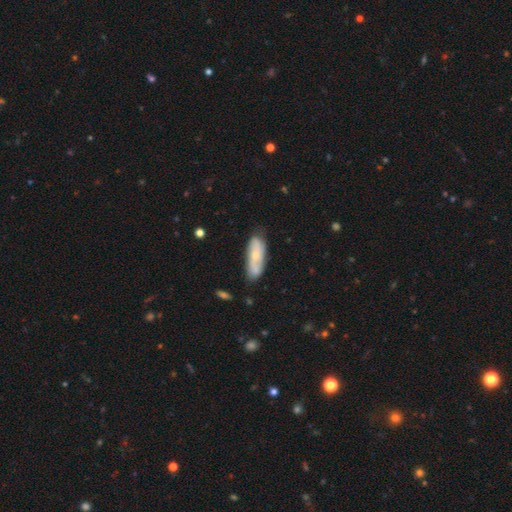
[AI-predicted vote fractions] smooth 50%, featured or disk 44%, star or artifact 6%. Down the decision tree: merging — none (71%).